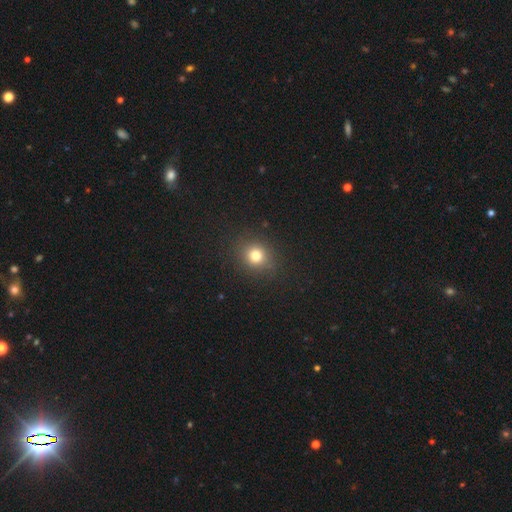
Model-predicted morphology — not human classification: Q: Smooth or featured?
A: smooth (77%); runner-up: star or artifact (16%)
Q: How rounded?
A: round (80%); runner-up: in between (19%)
Q: Merging?
A: none (88%); runner-up: minor disturbance (8%)